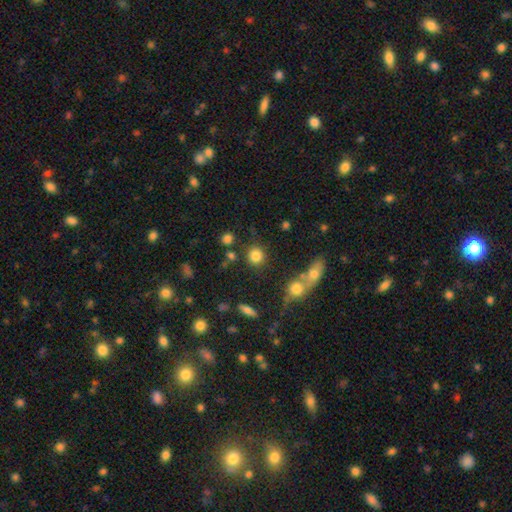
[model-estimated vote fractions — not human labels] Q: Smooth or featured?
A: smooth (82%); runner-up: star or artifact (12%)
Q: How rounded?
A: round (88%); runner-up: in between (11%)
Q: Merging?
A: none (80%); runner-up: merger (9%)